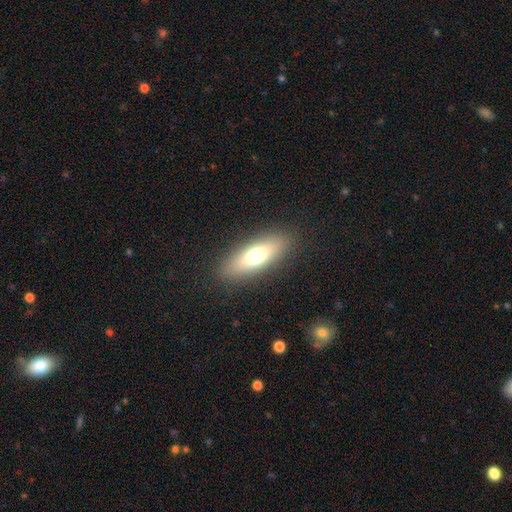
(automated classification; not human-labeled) Smooth or featured? smooth (68%)
How rounded? in between (54%)
Merging? none (88%)